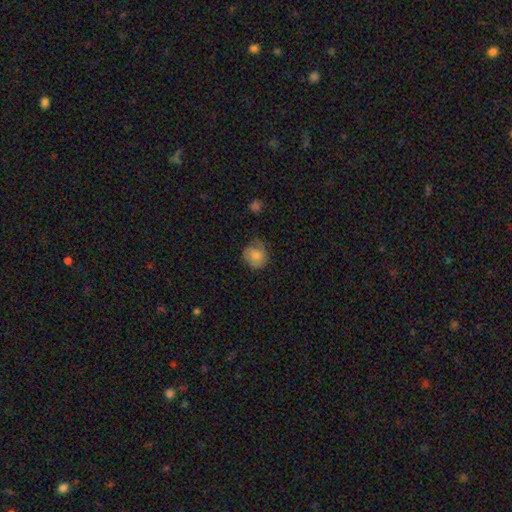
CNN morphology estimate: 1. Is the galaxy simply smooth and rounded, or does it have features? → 81% smooth, 11% featured or disk, 8% star or artifact.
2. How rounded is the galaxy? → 82% round, 18% in between, 1% cigar-shaped.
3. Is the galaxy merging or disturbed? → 65% none, 27% minor disturbance, 7% major disturbance, 1% merger.